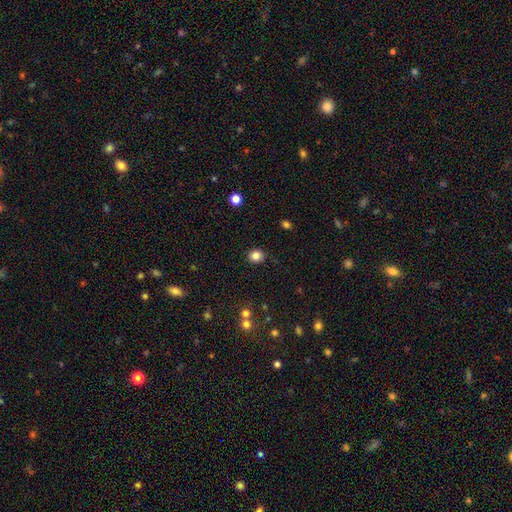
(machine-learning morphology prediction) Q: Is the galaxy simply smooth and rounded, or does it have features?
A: smooth — 84%.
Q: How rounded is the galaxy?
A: round — 76%.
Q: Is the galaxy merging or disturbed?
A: none — 90%.